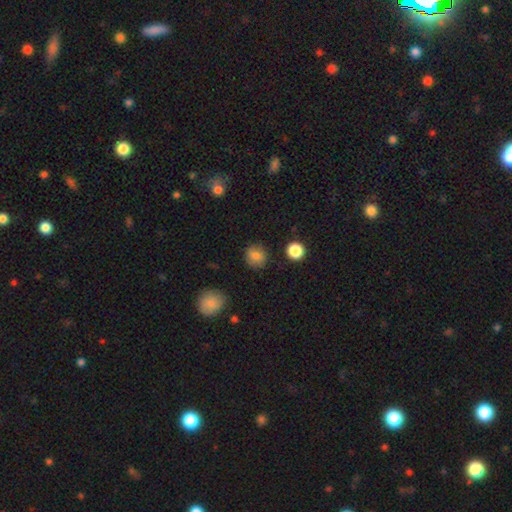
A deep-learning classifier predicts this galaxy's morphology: A smooth galaxy with no disk features (82%) that is round (85%). Merging: none (85%).